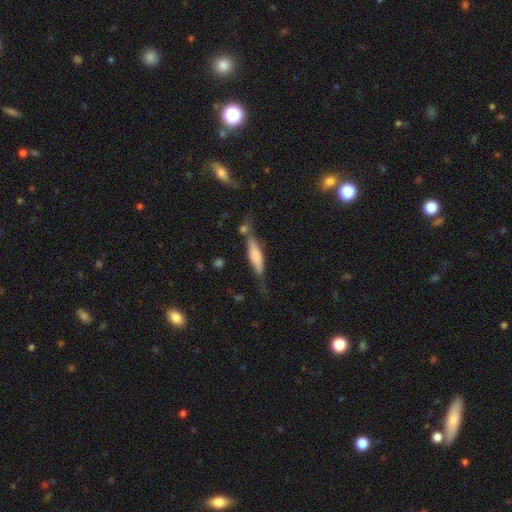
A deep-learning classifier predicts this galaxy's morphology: Smooth or featured? smooth (59%)
How rounded? cigar-shaped (70%)
Merging? none (53%)